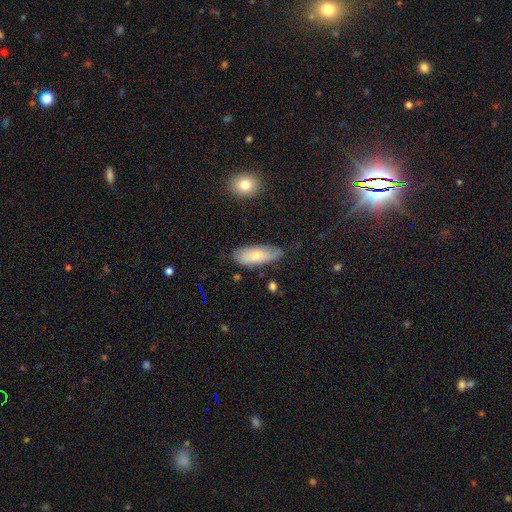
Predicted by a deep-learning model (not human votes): A smooth galaxy with no disk features (64%) that is in between round and cigar-shaped (80%). Merging: none (67%).